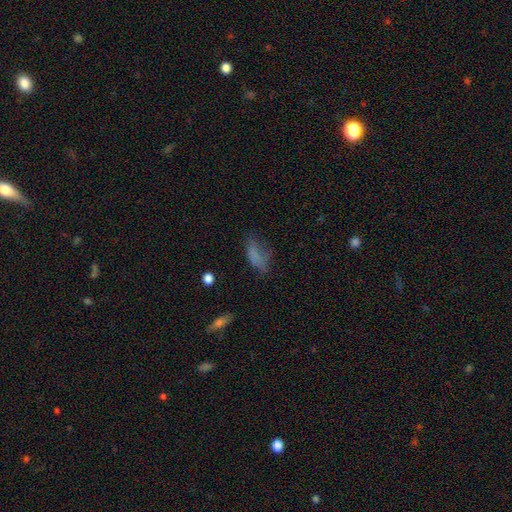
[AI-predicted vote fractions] A smooth galaxy with no disk features (69%) that is in between round and cigar-shaped (84%). Merging: none (43%).